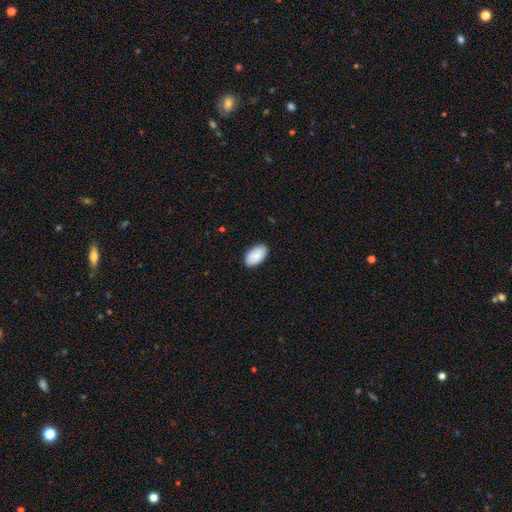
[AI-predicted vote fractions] A smooth galaxy with no disk features (90%) that is in between round and cigar-shaped (96%).

Vote fractions:
- Smooth or featured? smooth: 90% / star or artifact: 6% / featured or disk: 4%
- How rounded? in between: 96% / round: 3% / cigar-shaped: 1%
- Merging? none: 88% / minor disturbance: 9% / major disturbance: 2% / merger: 1%